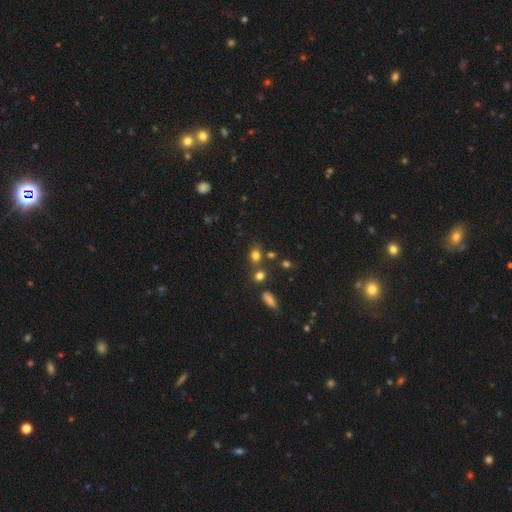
Volunteers were most divided on "how rounded": round: 56%, in between: 41%, cigar-shaped: 3%. More confident: smooth or featured — smooth (82%); merging — none (63%).